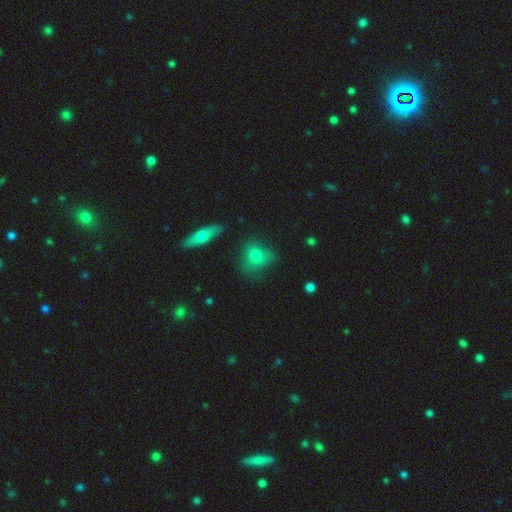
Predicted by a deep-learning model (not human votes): The model was most divided on "how rounded": round: 54%, in between: 43%, cigar-shaped: 3%. More confident: smooth or featured — smooth (72%); merging — none (57%).